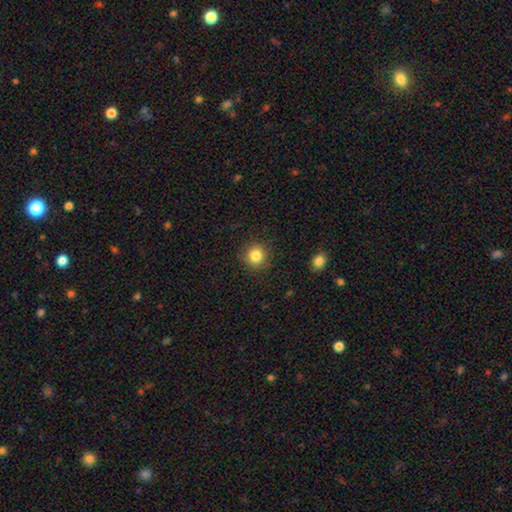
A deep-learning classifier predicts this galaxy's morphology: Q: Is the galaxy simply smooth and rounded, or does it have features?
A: smooth — 84%.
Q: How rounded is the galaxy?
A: round — 91%.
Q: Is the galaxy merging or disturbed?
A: none — 88%.